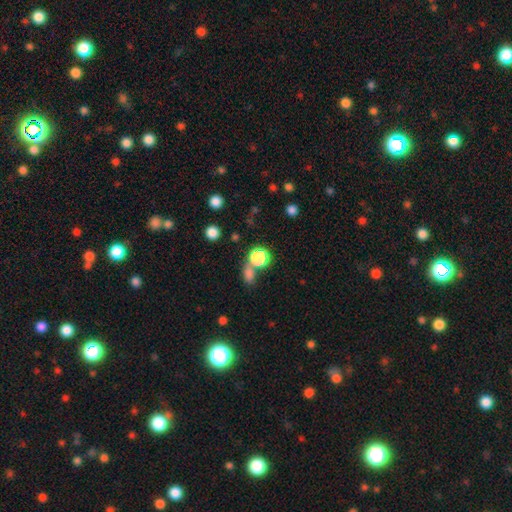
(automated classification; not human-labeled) Smooth or featured?
  - smooth: 47% *
  - star or artifact: 43%
  - featured or disk: 10%
Merging?
  - none: 67% *
  - merger: 18%
  - minor disturbance: 9%
  - major disturbance: 6%